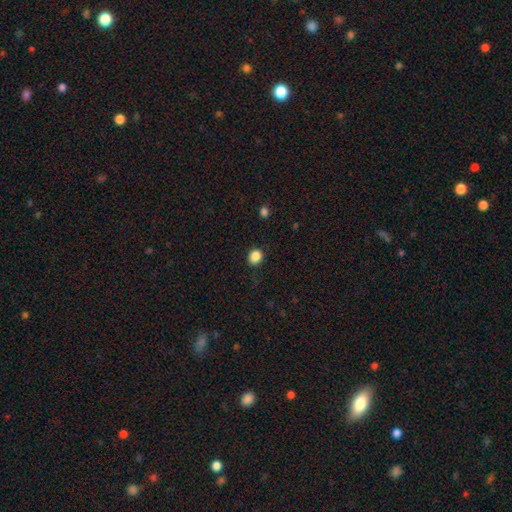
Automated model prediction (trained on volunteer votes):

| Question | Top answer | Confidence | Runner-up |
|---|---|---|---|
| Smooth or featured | smooth | 86% | star or artifact (10%) |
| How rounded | round | 73% | in between (26%) |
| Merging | none | 87% | minor disturbance (10%) |